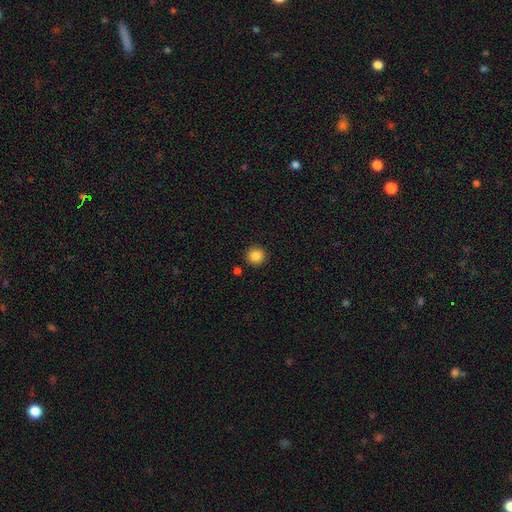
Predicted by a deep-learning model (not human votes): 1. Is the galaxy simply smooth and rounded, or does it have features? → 86% smooth, 10% star or artifact, 4% featured or disk.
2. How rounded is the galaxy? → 95% round, 4% in between, 1% cigar-shaped.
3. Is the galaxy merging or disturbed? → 91% none, 5% minor disturbance, 2% merger, 2% major disturbance.